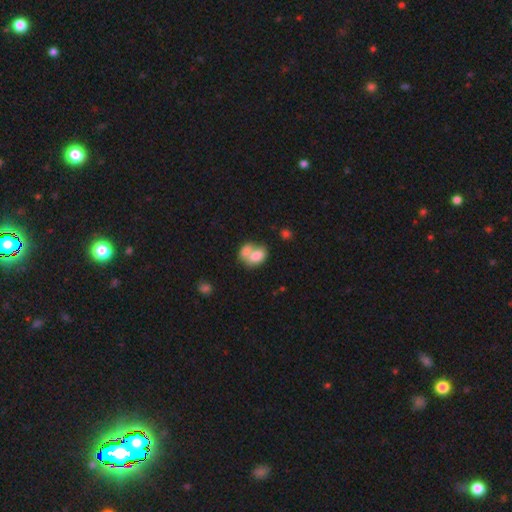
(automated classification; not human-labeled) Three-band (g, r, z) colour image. It shows a smooth galaxy with no disk features (75%) that is in between round and cigar-shaped (81%). Merging: merger (65%).